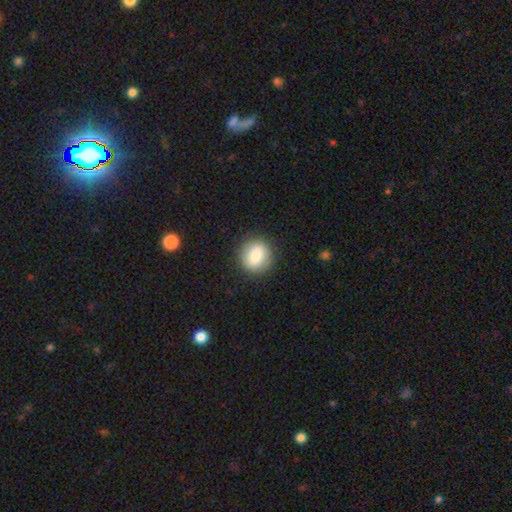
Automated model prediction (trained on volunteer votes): Smooth or featured?
  - smooth: 83% *
  - featured or disk: 10%
  - star or artifact: 8%
How rounded?
  - round: 82% *
  - in between: 17%
  - cigar-shaped: 1%
Merging?
  - none: 88% *
  - minor disturbance: 8%
  - major disturbance: 3%
  - merger: 1%